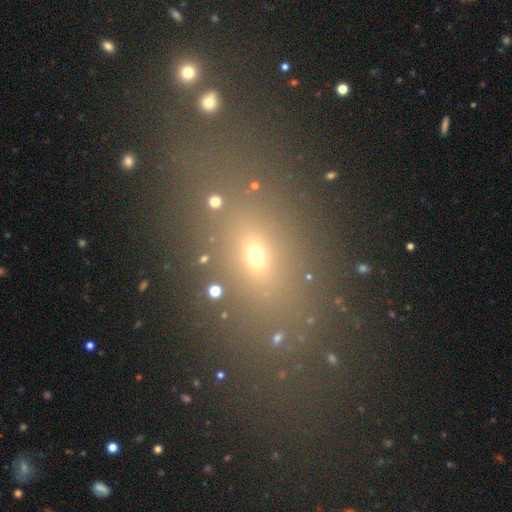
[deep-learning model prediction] This is possibly a smooth galaxy (57%). How rounded: likely in between (71%). Merging: likely none (73%).